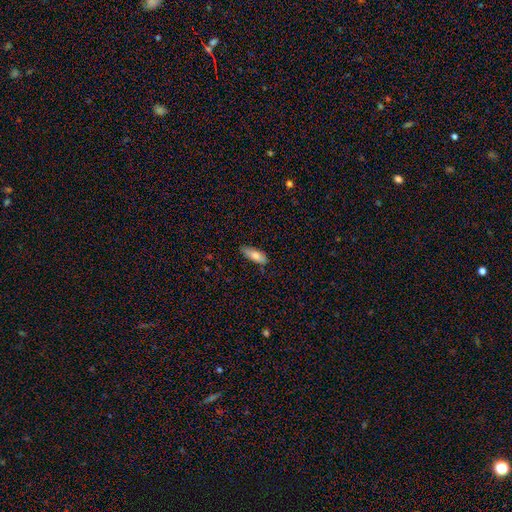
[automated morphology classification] Smooth or featured? smooth (81%)
How rounded? in between (70%)
Merging? none (76%)